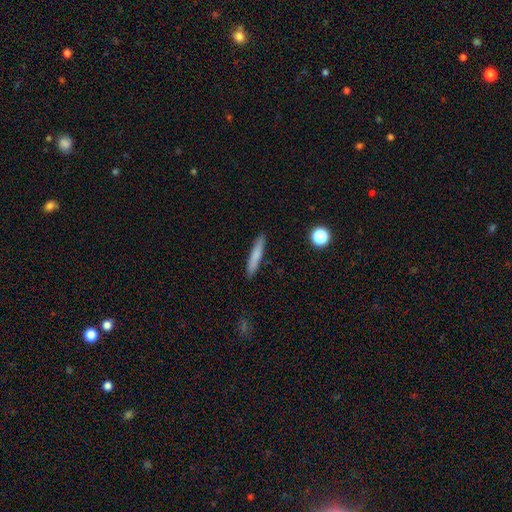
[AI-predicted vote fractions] This is likely a smooth galaxy (75%). How rounded: clearly cigar-shaped (93%). Merging: clearly none (90%).